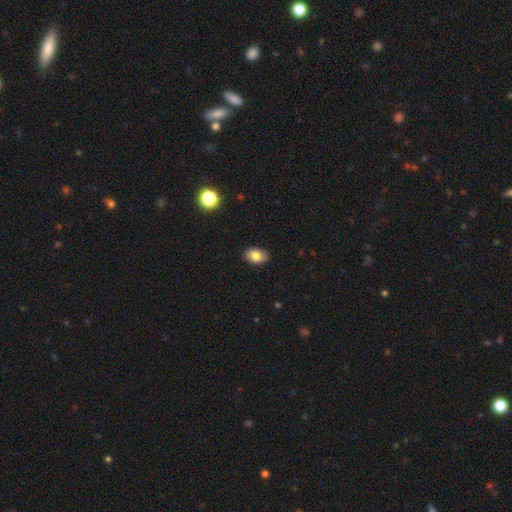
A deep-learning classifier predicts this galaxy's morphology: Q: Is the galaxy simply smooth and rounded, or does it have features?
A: smooth — 84%.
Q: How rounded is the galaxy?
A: in between — 86%.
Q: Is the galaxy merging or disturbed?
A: none — 86%.